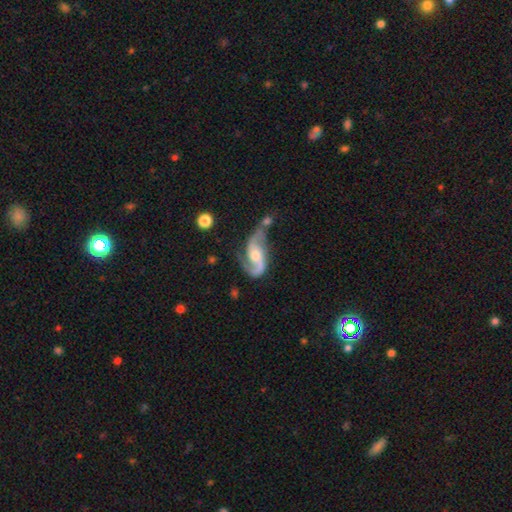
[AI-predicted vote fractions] Morphology: type=featured or disk (88%); edge-on=no (96%); bar=no (50%); spiral arms=yes (96%); winding=loose (51%); arm count=2 (89%); bulge=moderate (61%); merging=none (39%).